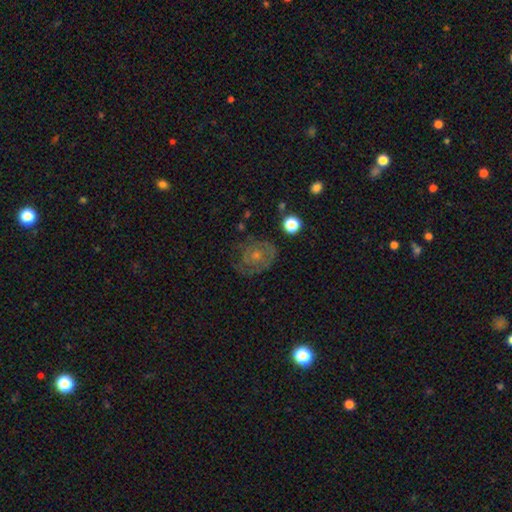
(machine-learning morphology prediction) This appears to be a featured or disk galaxy (50%). Merging: none (55%).